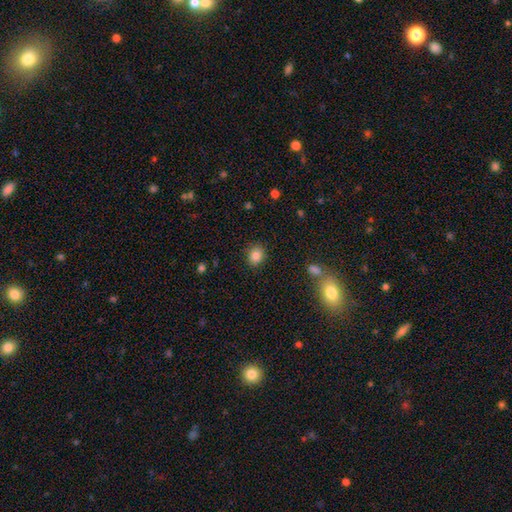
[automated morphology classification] Overall: smooth (84%). How rounded: round (62%; in between 37%). Merging: none (87%).